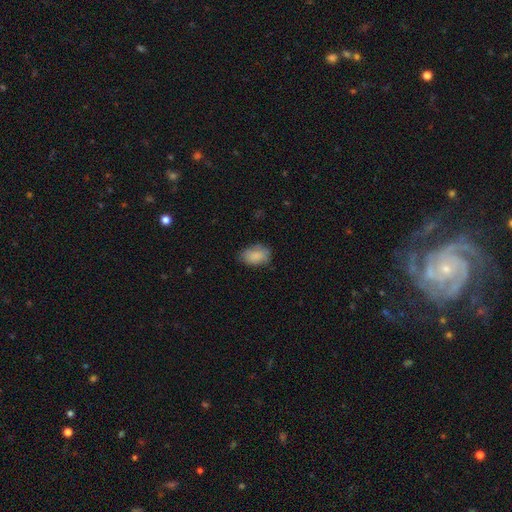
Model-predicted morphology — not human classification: smooth_or_featured: smooth (p=0.85) [alt: featured or disk p=0.07]
how_rounded: in between (p=0.88) [alt: round p=0.11]
merging: none (p=0.71) [alt: minor disturbance p=0.22]